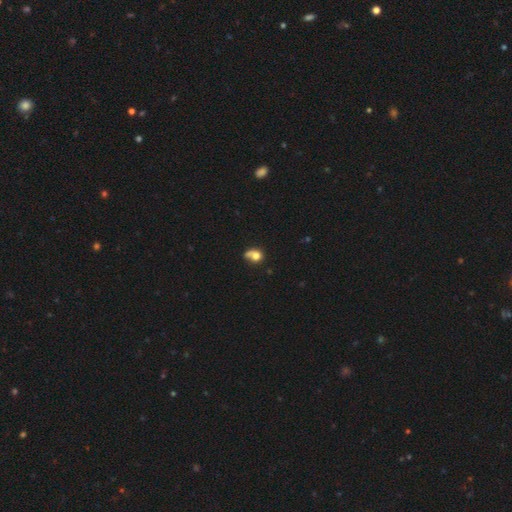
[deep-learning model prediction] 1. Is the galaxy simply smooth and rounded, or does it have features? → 71% smooth, 18% featured or disk, 11% star or artifact.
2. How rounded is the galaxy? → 57% round, 42% in between, 2% cigar-shaped.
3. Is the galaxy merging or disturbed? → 34% none, 25% merger, 22% minor disturbance, 20% major disturbance.